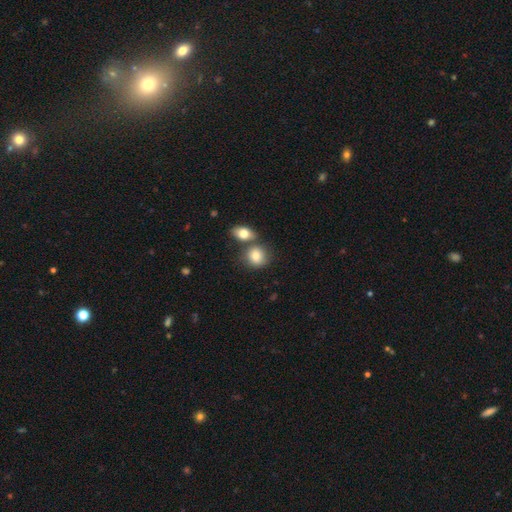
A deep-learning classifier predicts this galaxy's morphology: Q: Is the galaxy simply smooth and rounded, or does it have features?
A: smooth — 81%.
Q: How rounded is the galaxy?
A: round — 68%.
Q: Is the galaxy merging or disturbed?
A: none — 55%.